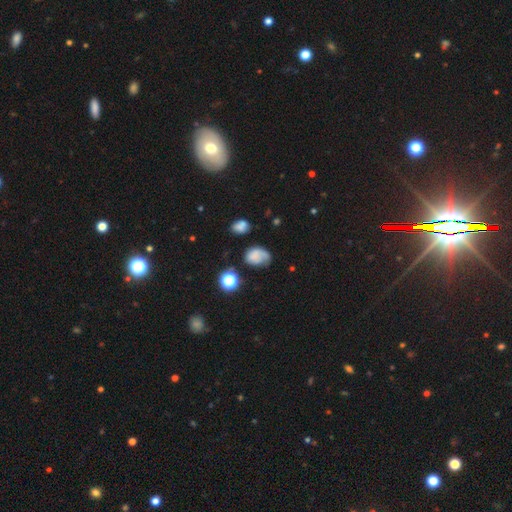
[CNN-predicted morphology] Smooth or featured?
  - smooth: 61% *
  - featured or disk: 26%
  - star or artifact: 13%
How rounded?
  - in between: 68% *
  - round: 30%
  - cigar-shaped: 1%
Merging?
  - none: 45% *
  - minor disturbance: 30%
  - major disturbance: 20%
  - merger: 6%